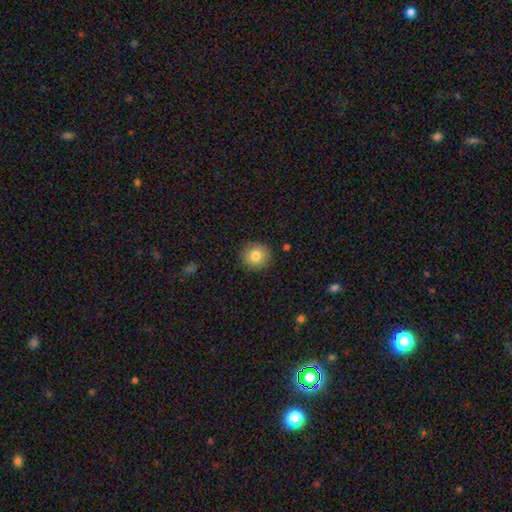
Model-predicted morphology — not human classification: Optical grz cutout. It shows a smooth galaxy with no disk features (82%) that is round (92%). Merging: none (89%).